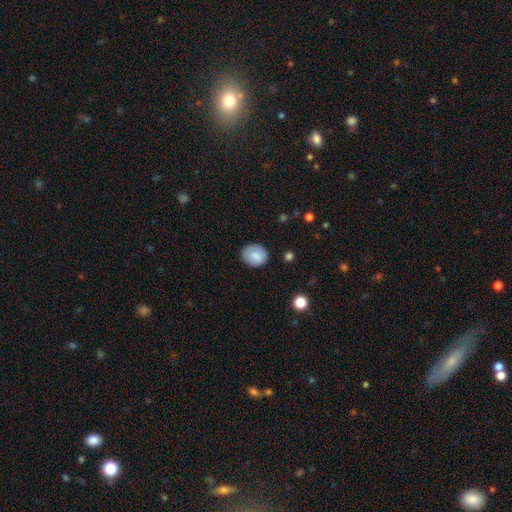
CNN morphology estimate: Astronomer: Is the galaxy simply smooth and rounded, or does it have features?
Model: smooth — 83%.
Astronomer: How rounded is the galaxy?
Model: round — 60% (runner-up: in between, 39%).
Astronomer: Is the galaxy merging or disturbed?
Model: none — 80%.